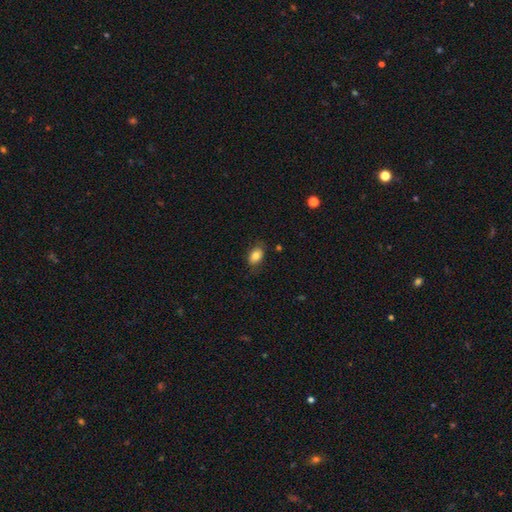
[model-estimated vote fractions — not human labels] A smooth galaxy with no disk features (81%) that is in between round and cigar-shaped (84%). Merging: none (78%).